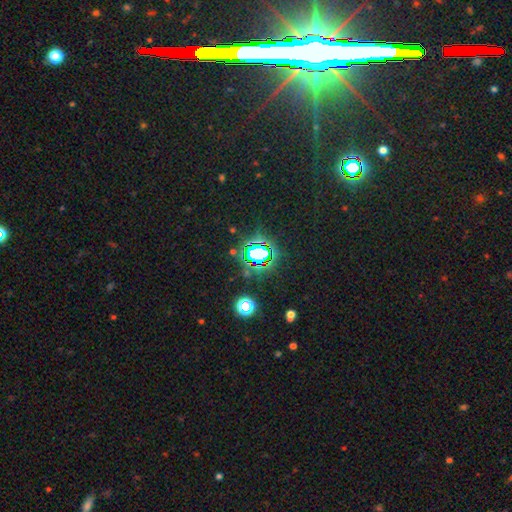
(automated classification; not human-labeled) Smooth or featured? star or artifact (72%)